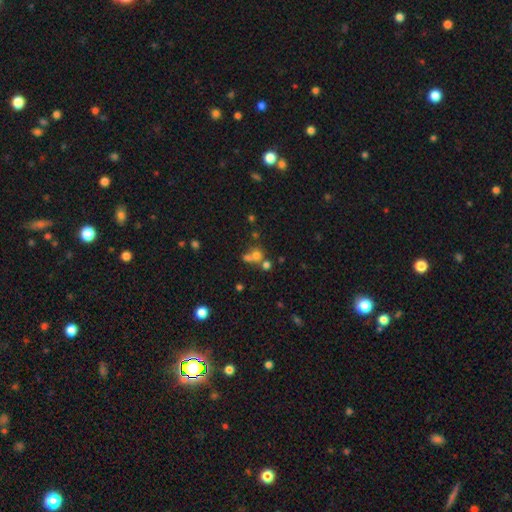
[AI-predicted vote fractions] A smooth galaxy with no disk features (64%) that is round (83%). Merging: merger (47%).